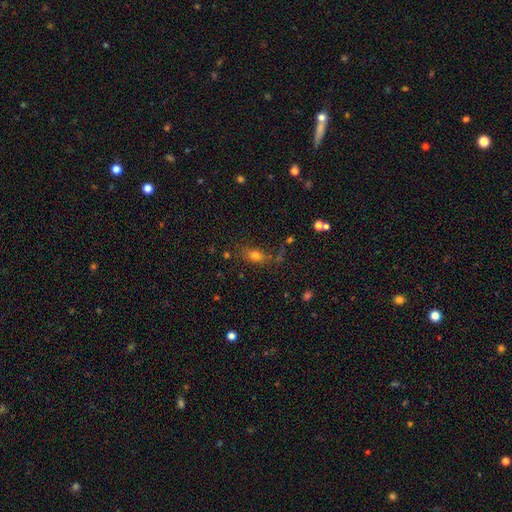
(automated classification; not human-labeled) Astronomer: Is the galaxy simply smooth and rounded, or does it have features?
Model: smooth — 71%.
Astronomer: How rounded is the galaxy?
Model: in between — 69%.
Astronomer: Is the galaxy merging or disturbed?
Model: none — 67%.